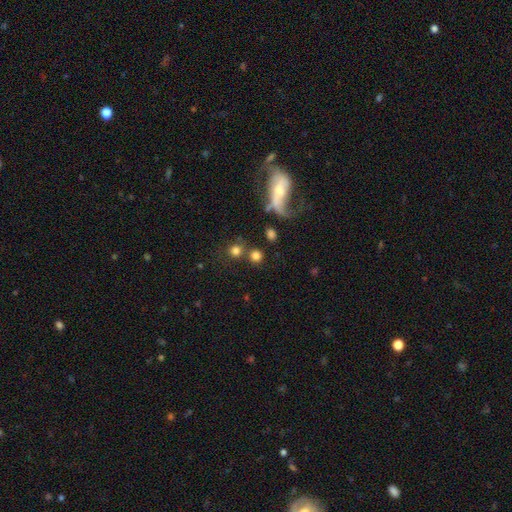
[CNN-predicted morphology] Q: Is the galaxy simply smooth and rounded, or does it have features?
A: smooth — 76%.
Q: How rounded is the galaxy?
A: round — 89%.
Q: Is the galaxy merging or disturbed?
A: none — 67%.